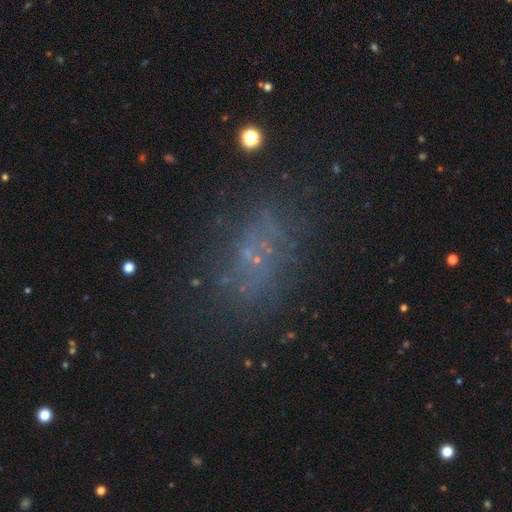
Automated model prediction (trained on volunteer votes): Smooth or featured? smooth (37%)
Merging? none (63%)